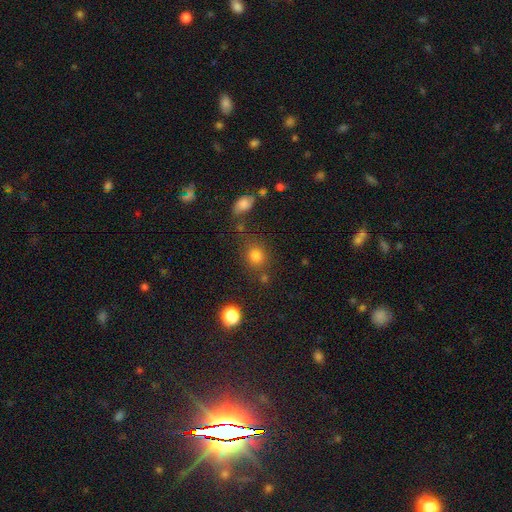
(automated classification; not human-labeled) smooth 79%, star or artifact 14%, featured or disk 7%. Down the decision tree: how rounded — round (72%); merging — none (71%).